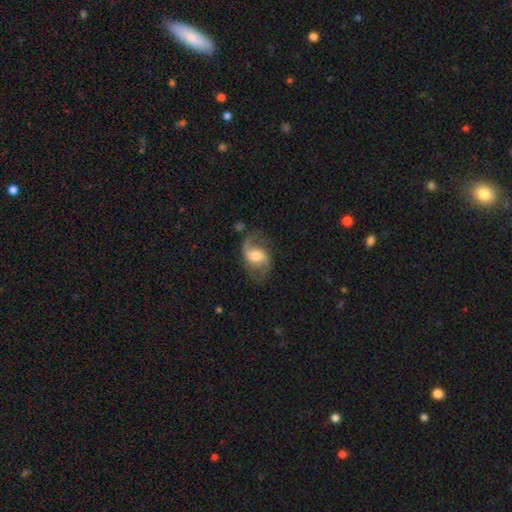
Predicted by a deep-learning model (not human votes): A featured or disk galaxy (74%) with a weak bar (44%), 2 (81%) loose (61%) spiral arms (93%) and a moderate central bulge (55%).

Vote fractions:
- Smooth or featured? featured or disk: 74% / smooth: 19% / star or artifact: 7%
- Edge-on disk? no: 97% / yes: 3%
- Bar? weak: 44% / no: 43% / strong: 13%
- Spiral arms? yes: 93% / no: 7%
- Spiral winding? loose: 61% / medium: 32% / tight: 7%
- Spiral arm count? 2: 81% / 1: 12% / can't tell: 4% / 3: 1% / 4: 1% / more than 4: 1%
- Bulge size? moderate: 55% / large: 20% / small: 19% / none: 4% / dominant: 3%
- Merging? none: 59% / minor disturbance: 21% / major disturbance: 18% / merger: 3%